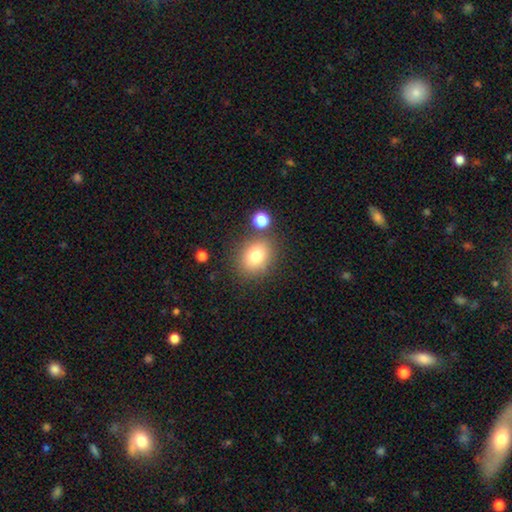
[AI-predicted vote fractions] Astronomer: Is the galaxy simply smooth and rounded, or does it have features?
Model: smooth — 79%.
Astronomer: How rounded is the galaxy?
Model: round — 51% (runner-up: in between, 48%).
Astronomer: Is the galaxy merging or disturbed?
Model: none — 77%.